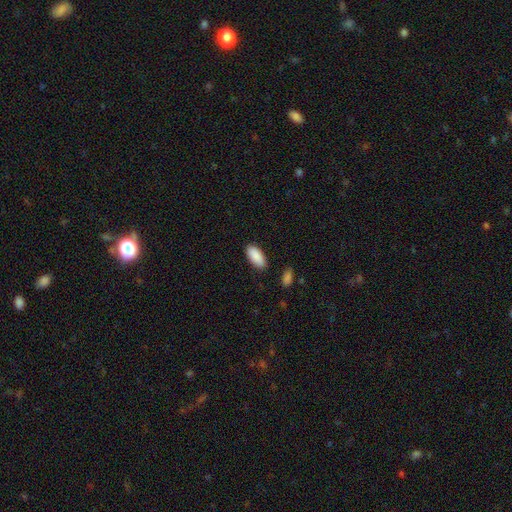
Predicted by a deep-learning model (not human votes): smooth-or-featured: smooth: 90% | star or artifact: 6% | featured or disk: 4%
  how-rounded: in between: 92% | cigar-shaped: 6% | round: 2%
  merging: none: 86% | minor disturbance: 10% | major disturbance: 2% | merger: 2%